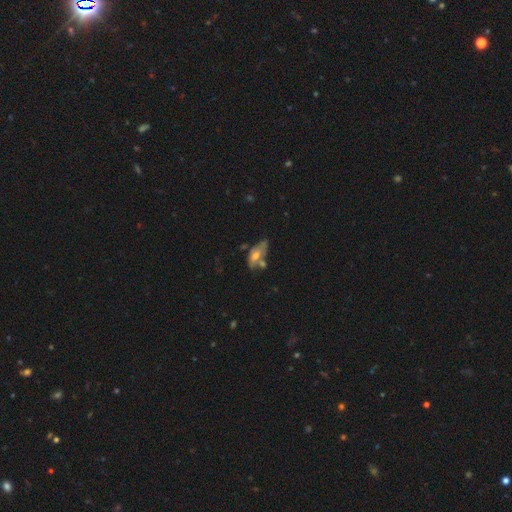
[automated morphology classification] A smooth galaxy with no disk features (49%). Merging: none (34%).